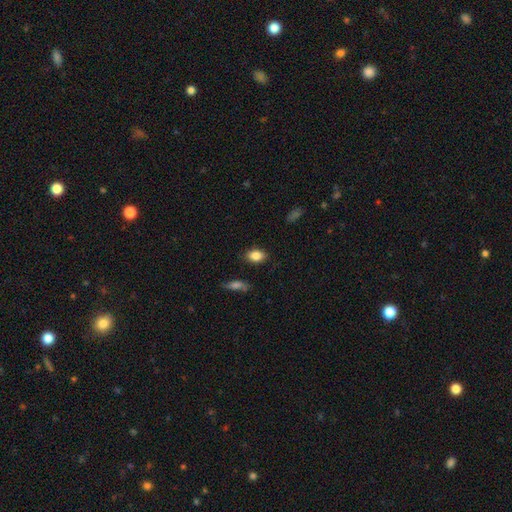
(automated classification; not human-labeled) Smooth or featured?
  - smooth: 86% *
  - star or artifact: 8%
  - featured or disk: 6%
How rounded?
  - in between: 83% *
  - round: 15%
  - cigar-shaped: 2%
Merging?
  - none: 85% *
  - minor disturbance: 11%
  - major disturbance: 3%
  - merger: 2%